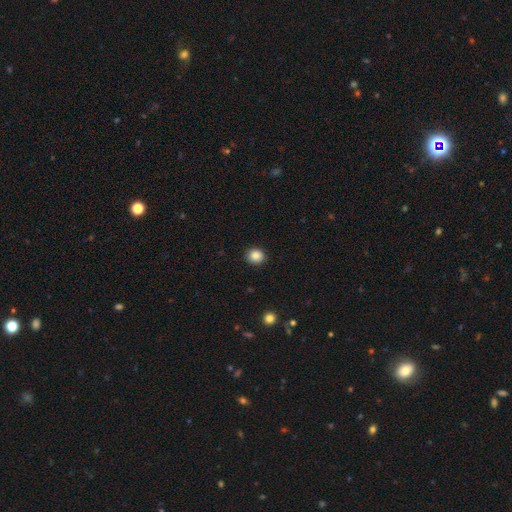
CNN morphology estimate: Overall: smooth (87%). How rounded: round (85%). Merging: none (91%).